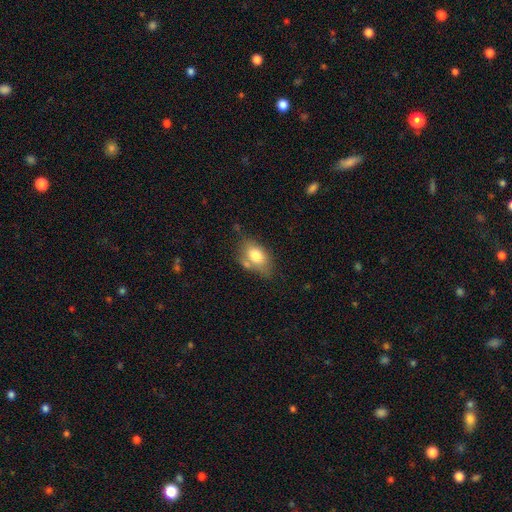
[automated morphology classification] Smooth or featured? Predicted: smooth (p=0.76). How rounded? Predicted: in between (p=0.87). Merging? Predicted: none (p=0.55).